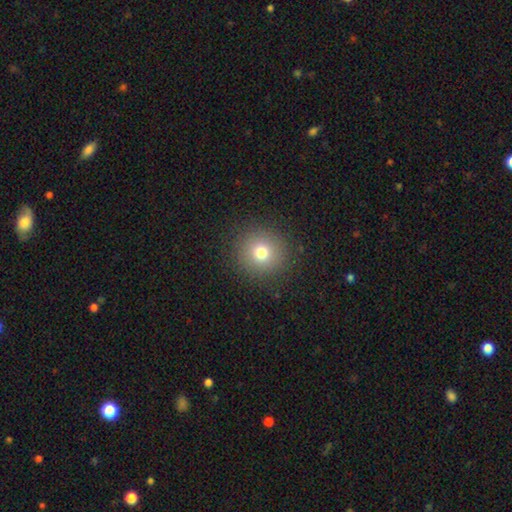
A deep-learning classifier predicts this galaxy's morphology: smooth_or_featured: smooth (p=0.67) [alt: star or artifact p=0.25]
how_rounded: round (p=0.94) [alt: in between p=0.05]
merging: none (p=0.92) [alt: minor disturbance p=0.05]